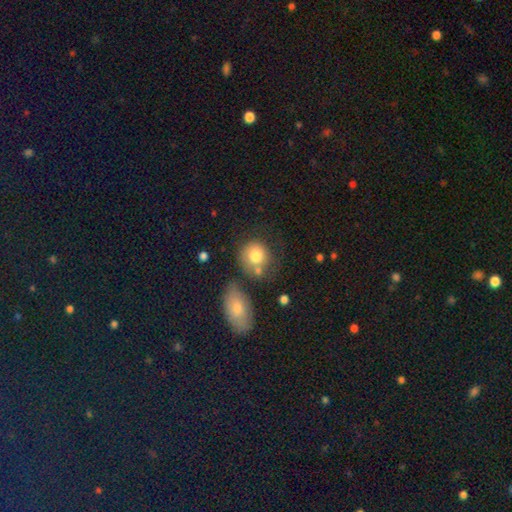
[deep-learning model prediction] Q: Smooth or featured?
A: smooth (79%); runner-up: featured or disk (13%)
Q: How rounded?
A: round (80%); runner-up: in between (18%)
Q: Merging?
A: none (50%); runner-up: merger (26%)